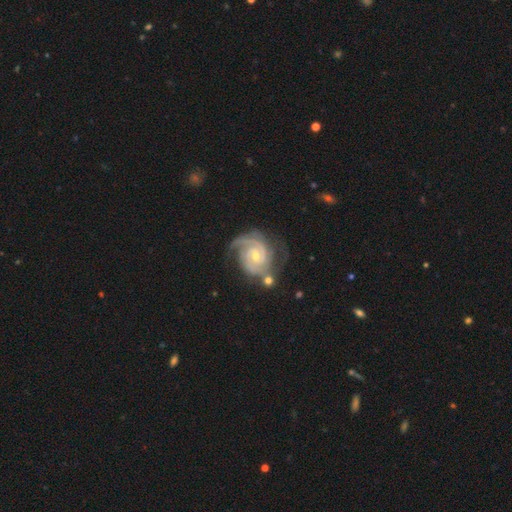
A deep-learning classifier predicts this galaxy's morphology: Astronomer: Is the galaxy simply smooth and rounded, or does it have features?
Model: featured or disk — 91%.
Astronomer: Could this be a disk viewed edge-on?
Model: no — 98%.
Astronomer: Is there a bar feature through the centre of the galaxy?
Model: no — 59%.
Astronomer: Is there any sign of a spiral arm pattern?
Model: yes — 98%.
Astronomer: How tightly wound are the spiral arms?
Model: tight — 63%.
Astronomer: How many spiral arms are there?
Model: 2 — 50% (runner-up: 3, 27%).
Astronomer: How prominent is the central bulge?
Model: small — 54% (runner-up: moderate, 43%).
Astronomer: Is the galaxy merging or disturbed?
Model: none — 64%.